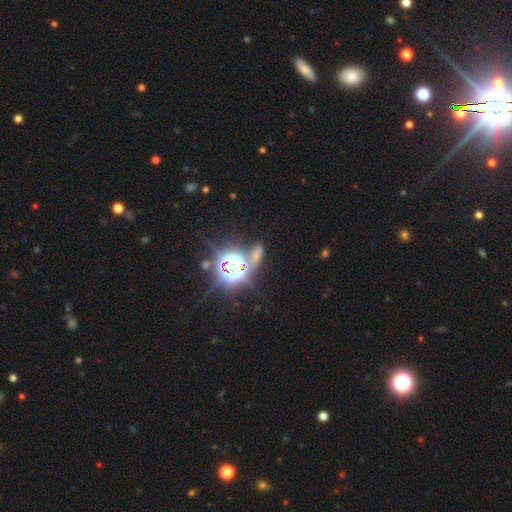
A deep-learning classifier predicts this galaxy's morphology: type=star or artifact (64%).